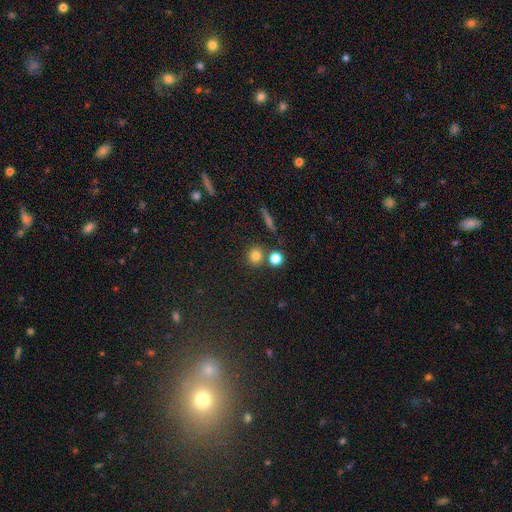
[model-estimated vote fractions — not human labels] A smooth galaxy with no disk features (79%) that is round (86%).

Vote fractions:
- Smooth or featured? smooth: 79% / star or artifact: 13% / featured or disk: 8%
- How rounded? round: 86% / in between: 12% / cigar-shaped: 2%
- Merging? none: 74% / merger: 15% / minor disturbance: 8% / major disturbance: 3%